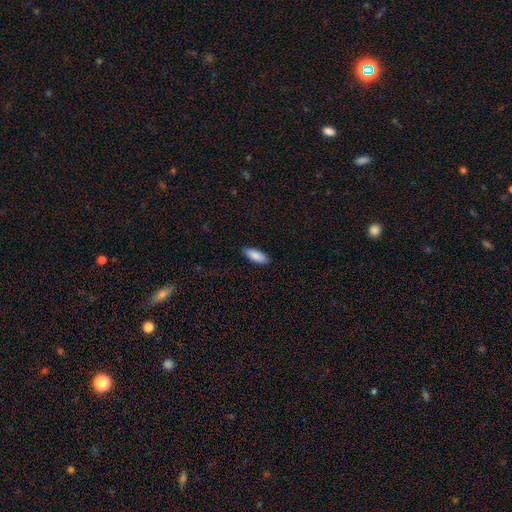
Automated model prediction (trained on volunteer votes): The model was most divided on "how rounded": in between: 78%, cigar-shaped: 20%, round: 2%. More confident: smooth or featured — smooth (89%); merging — none (88%).